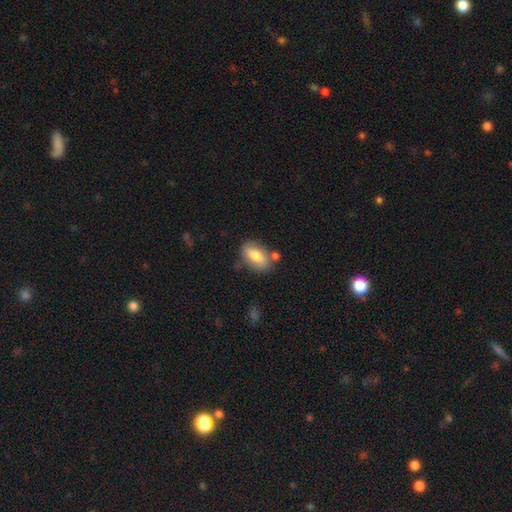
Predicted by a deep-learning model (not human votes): smooth_or_featured: smooth (p=0.77) [alt: featured or disk p=0.17]
how_rounded: in between (p=0.90) [alt: round p=0.06]
merging: none (p=0.68) [alt: minor disturbance p=0.17]